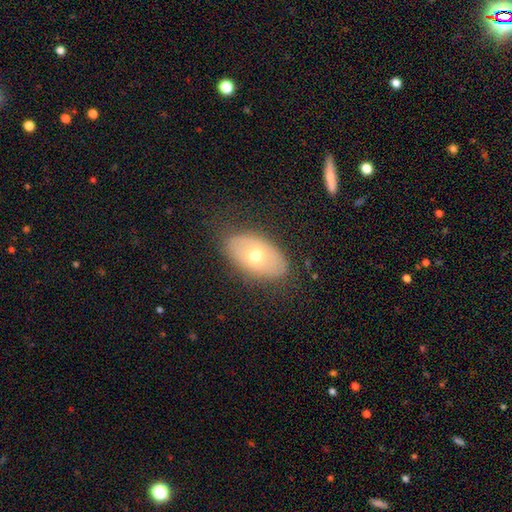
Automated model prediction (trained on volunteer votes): This appears to be a smooth galaxy with no disk features (52%) that is in between round and cigar-shaped (91%). Merging: none (79%).